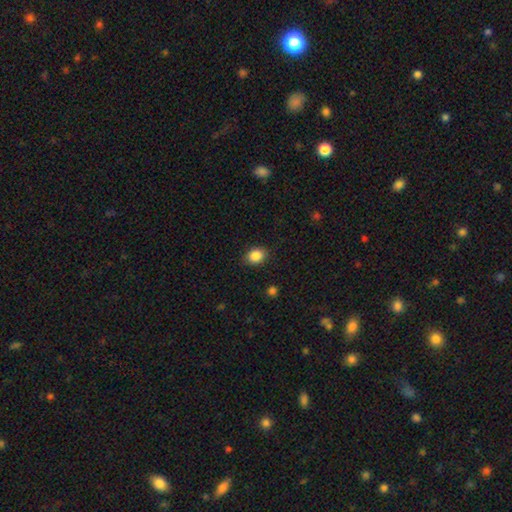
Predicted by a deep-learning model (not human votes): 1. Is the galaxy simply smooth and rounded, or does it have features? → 87% smooth, 9% star or artifact, 4% featured or disk.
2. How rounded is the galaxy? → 51% in between, 49% round, 1% cigar-shaped.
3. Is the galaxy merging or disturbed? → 87% none, 9% minor disturbance, 3% major disturbance, 1% merger.